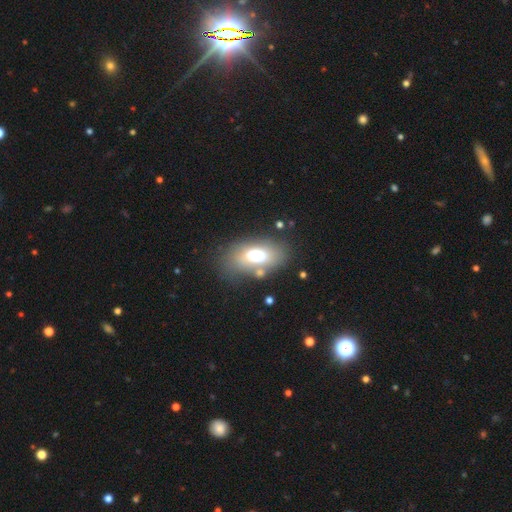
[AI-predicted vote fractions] smooth_or_featured: smooth (p=0.68) [alt: featured or disk p=0.22]
how_rounded: in between (p=0.90) [alt: round p=0.06]
merging: none (p=0.64) [alt: minor disturbance p=0.17]